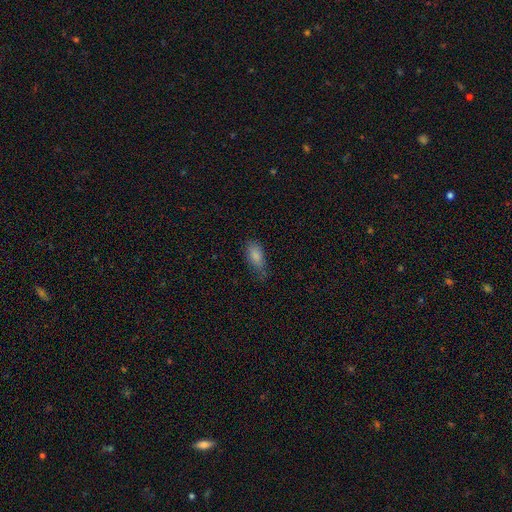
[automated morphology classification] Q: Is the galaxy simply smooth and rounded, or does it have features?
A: smooth — 84%.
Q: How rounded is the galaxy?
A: in between — 87%.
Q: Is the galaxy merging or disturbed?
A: none — 57%.